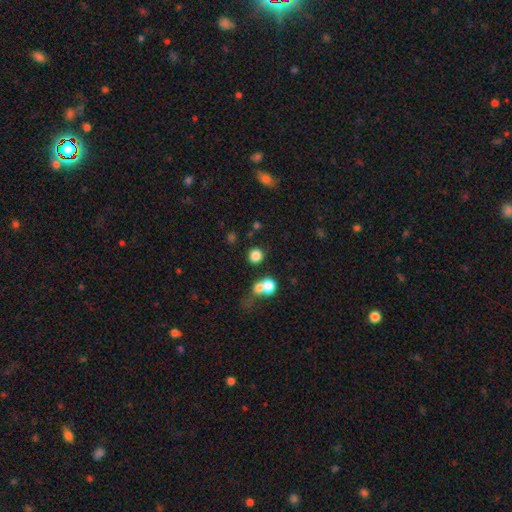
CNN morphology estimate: Q: Smooth or featured?
A: smooth (82%); runner-up: star or artifact (13%)
Q: How rounded?
A: round (91%); runner-up: in between (8%)
Q: Merging?
A: none (74%); runner-up: merger (15%)